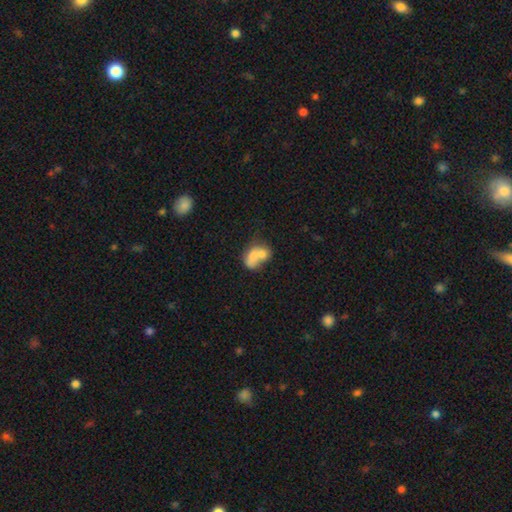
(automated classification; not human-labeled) A smooth galaxy with no disk features (66%) that is in between round and cigar-shaped (72%). Merging: merger (68%).